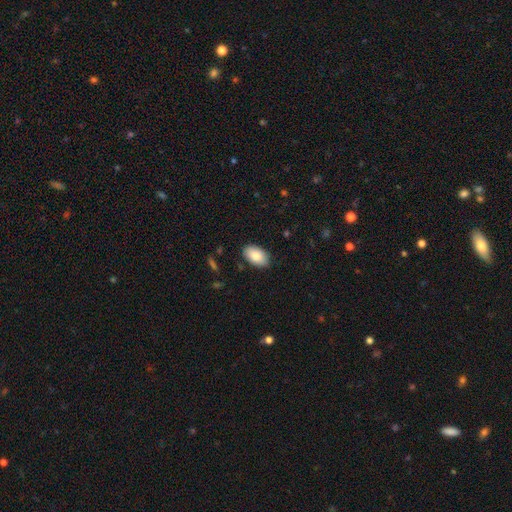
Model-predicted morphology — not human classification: type=smooth (82%); roundness=in between (93%); merging=none (87%).